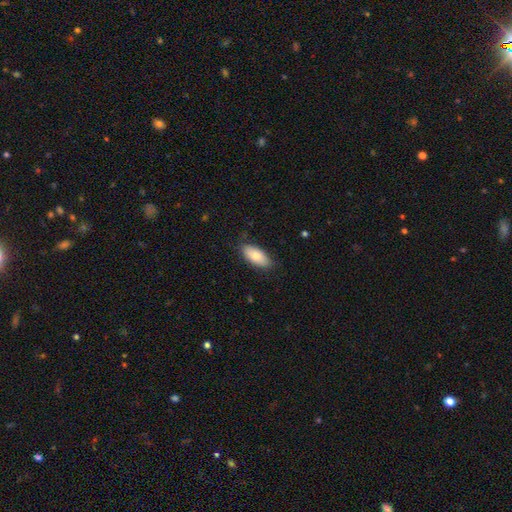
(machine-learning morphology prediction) This appears to be a smooth galaxy with no disk features (81%) that is in between round and cigar-shaped (91%). Merging: none (82%).